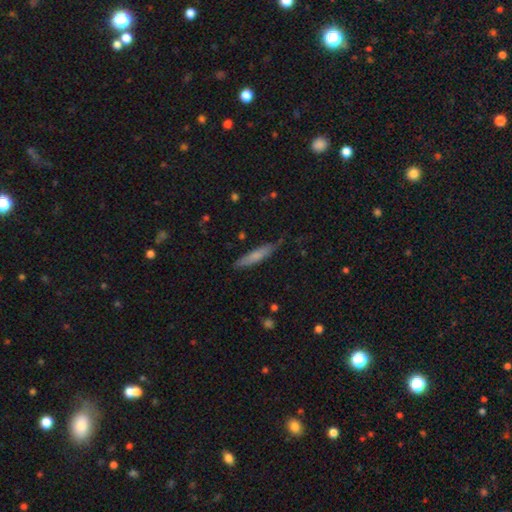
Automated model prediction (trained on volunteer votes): This appears to be a smooth galaxy with no disk features (69%) that is cigar-shaped (87%). Merging: none (73%).